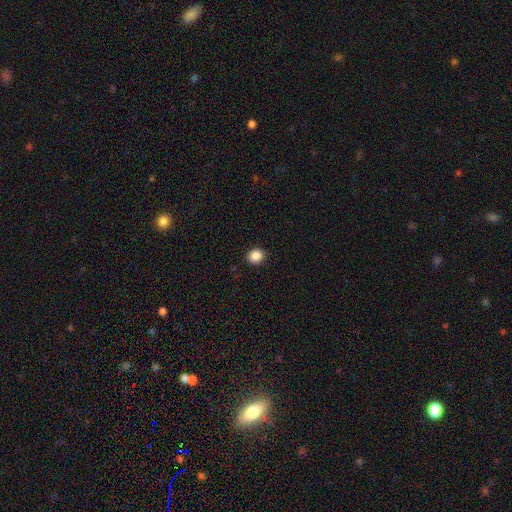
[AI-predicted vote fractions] A smooth galaxy with no disk features (87%) that is round (73%).

Vote fractions:
- Smooth or featured? smooth: 87% / star or artifact: 10% / featured or disk: 3%
- How rounded? round: 73% / in between: 26% / cigar-shaped: 1%
- Merging? none: 91% / minor disturbance: 6% / major disturbance: 2% / merger: 1%